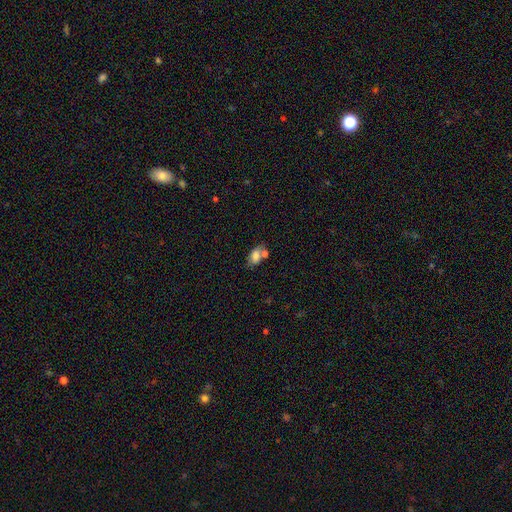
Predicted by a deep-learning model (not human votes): smooth 75%, featured or disk 16%, star or artifact 9%. Down the decision tree: how rounded — in between (88%); merging — none (43%).